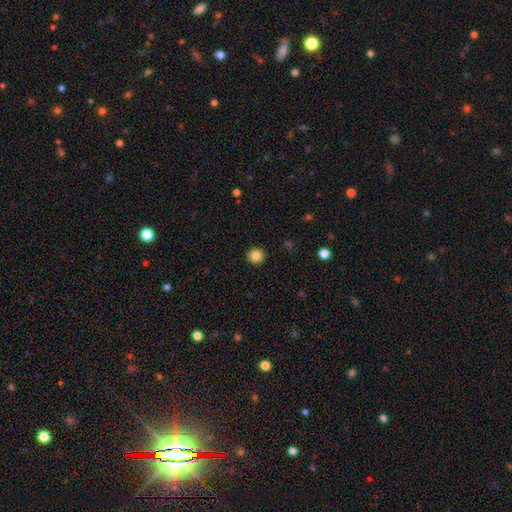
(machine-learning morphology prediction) Overall: smooth (85%). How rounded: round (94%). Merging: none (93%).